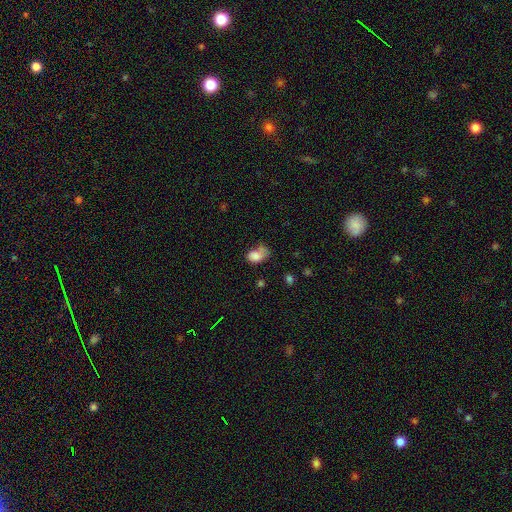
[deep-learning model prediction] This appears to be a smooth galaxy with no disk features (78%) that is in between round and cigar-shaped (83%). Merging: none (32%).